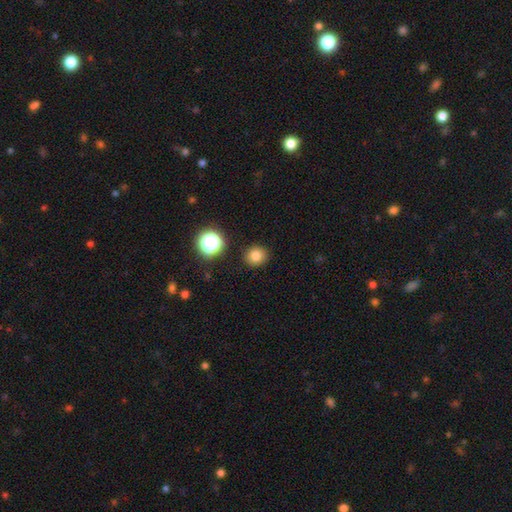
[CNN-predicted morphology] Smooth or featured: smooth — 80% (star or artifact — 14%)
How rounded: round — 86% (in between — 13%)
Merging: none — 90% (minor disturbance — 6%)